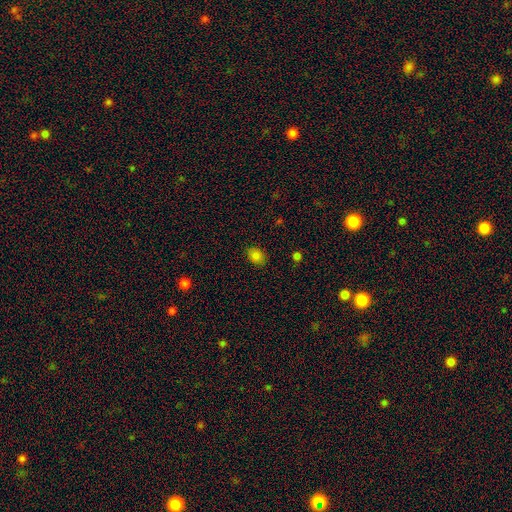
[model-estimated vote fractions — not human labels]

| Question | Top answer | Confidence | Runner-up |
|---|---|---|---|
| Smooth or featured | smooth | 82% | star or artifact (12%) |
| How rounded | in between | 57% | round (42%) |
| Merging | none | 86% | minor disturbance (11%) |